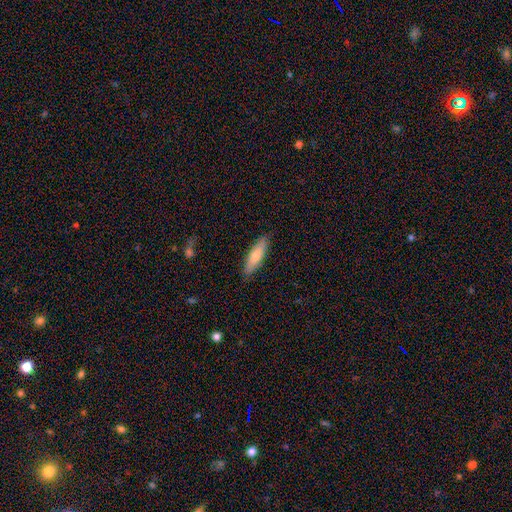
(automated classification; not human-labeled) Morphology: type=smooth (72%); roundness=cigar-shaped (62%); merging=none (87%).